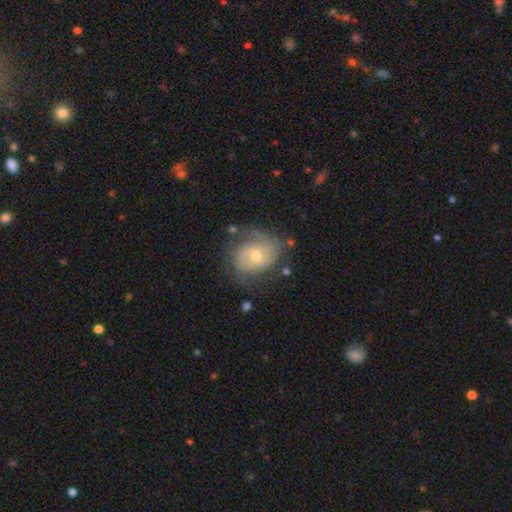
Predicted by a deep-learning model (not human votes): Overall: featured or disk (67%). Edge-on disk: no (97%). Bar: no (70%). Spiral arms: yes (83%). Spiral arm count: 2 (48%; can't tell 28%). Spiral winding: tight (50%; medium 34%). Bulge size: moderate (49%; small 47%). Merging: none (63%).